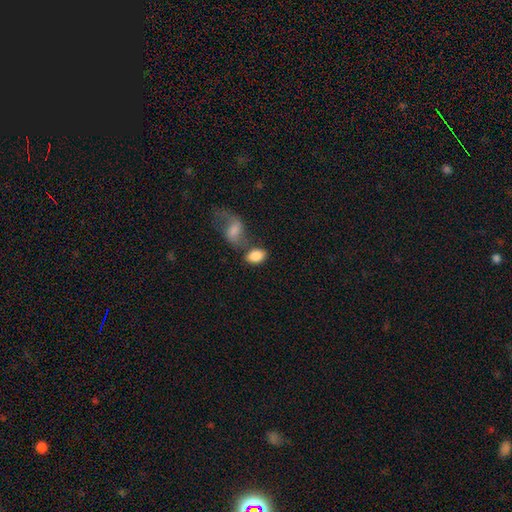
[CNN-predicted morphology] This is clearly a smooth galaxy (82%). How rounded: clearly in between (88%). Merging: marginally none (44%).